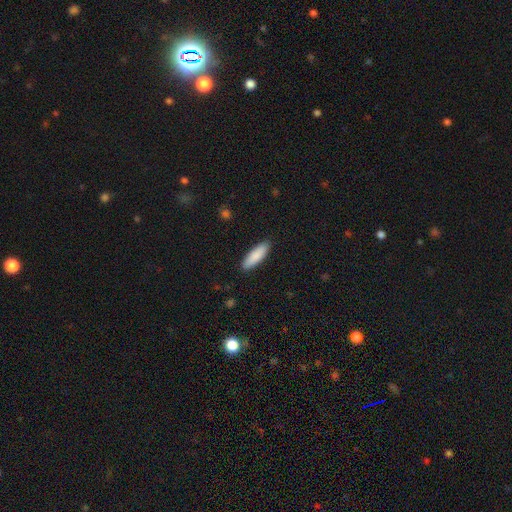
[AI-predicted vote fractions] Morphology: type=smooth (88%); roundness=cigar-shaped (54%); merging=none (90%).